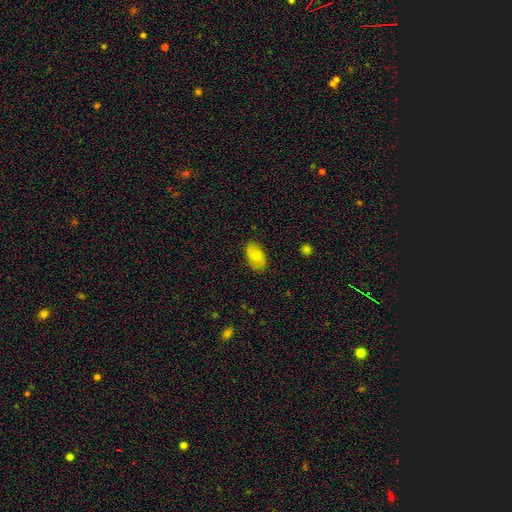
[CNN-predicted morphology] Smooth or featured?
  - smooth: 72% *
  - featured or disk: 21%
  - star or artifact: 7%
How rounded?
  - in between: 92% *
  - round: 6%
  - cigar-shaped: 2%
Merging?
  - none: 84% *
  - minor disturbance: 13%
  - major disturbance: 2%
  - merger: 1%